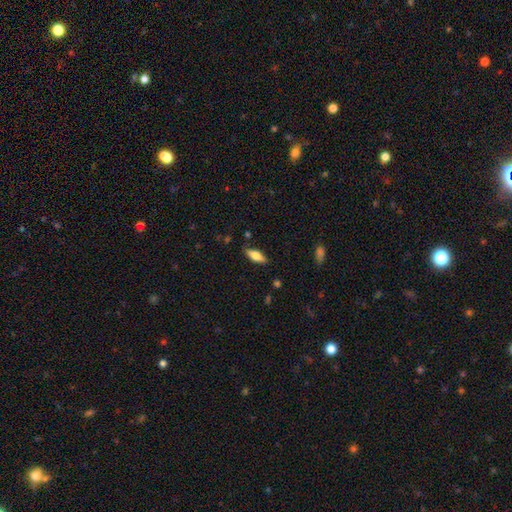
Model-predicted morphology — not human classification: smooth_or_featured: smooth (p=0.68) [alt: featured or disk p=0.25]
how_rounded: in between (p=0.69) [alt: cigar-shaped p=0.29]
merging: none (p=0.84) [alt: minor disturbance p=0.12]